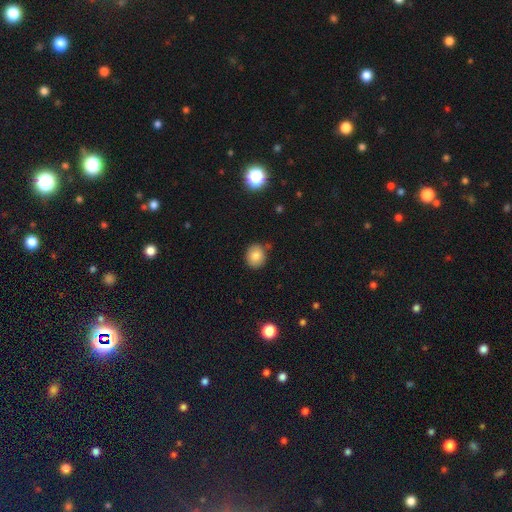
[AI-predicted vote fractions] smooth_or_featured: smooth (p=0.81) [alt: star or artifact p=0.11]
how_rounded: round (p=0.70) [alt: in between p=0.29]
merging: none (p=0.81) [alt: minor disturbance p=0.13]